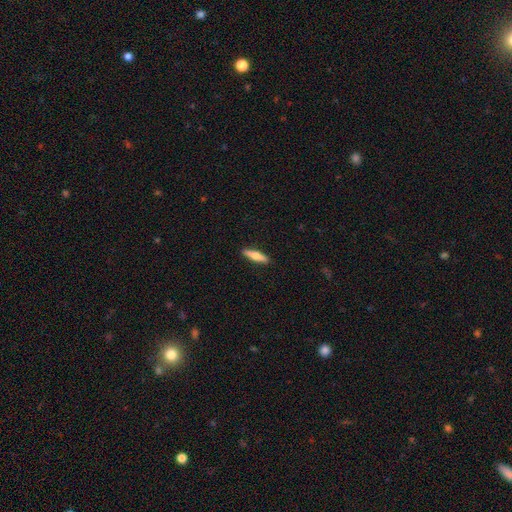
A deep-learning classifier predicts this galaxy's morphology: This is possibly a smooth galaxy (57%). How rounded: likely cigar-shaped (73%). Merging: clearly none (91%).